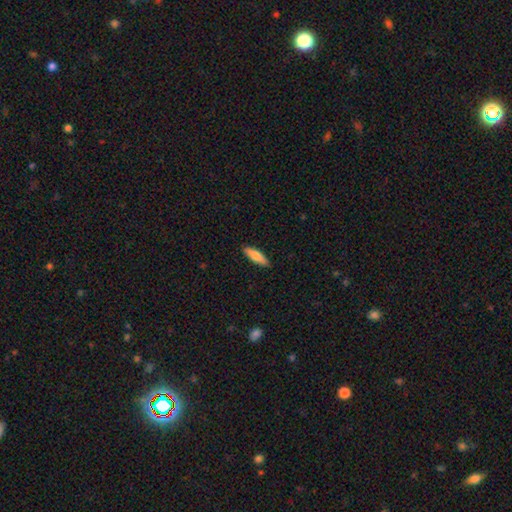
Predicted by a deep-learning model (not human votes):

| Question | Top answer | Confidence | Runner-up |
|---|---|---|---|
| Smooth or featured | smooth | 75% | featured or disk (19%) |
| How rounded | cigar-shaped | 63% | in between (35%) |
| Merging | none | 89% | minor disturbance (9%) |